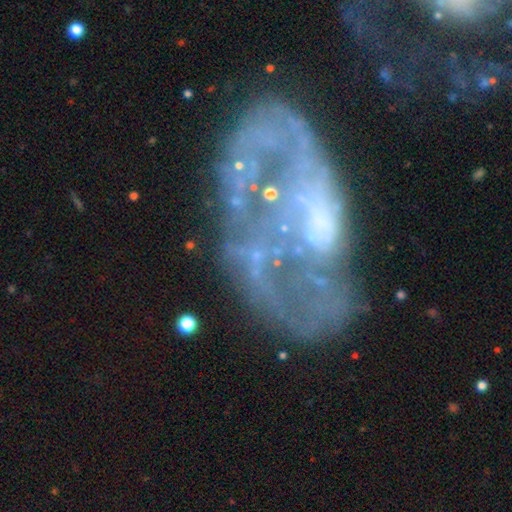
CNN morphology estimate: smooth-or-featured: featured or disk: 74% | smooth: 14% | star or artifact: 13%
  disk-edge-on: no: 95% | yes: 5%
    bar: no: 72% | weak: 19% | strong: 9%
    has-spiral-arms: no: 57% | yes: 43%
    bulge-size: none: 54% | small: 20% | moderate: 17% | large: 5% | dominant: 3%
  merging: major disturbance: 42% | none: 30% | minor disturbance: 16% | merger: 13%